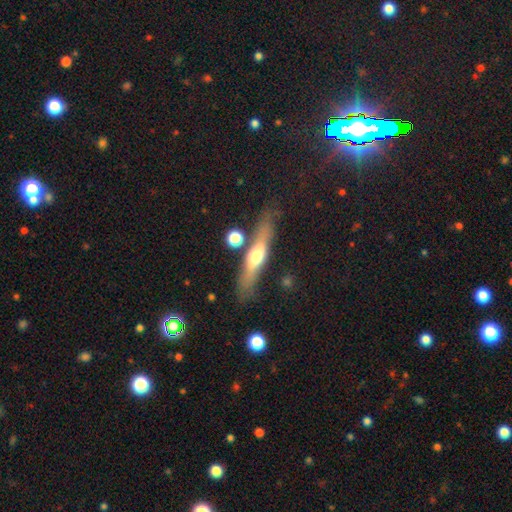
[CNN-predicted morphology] This appears to be a featured or disk galaxy (53%) viewed edge-on (84%). Merging: none (72%).